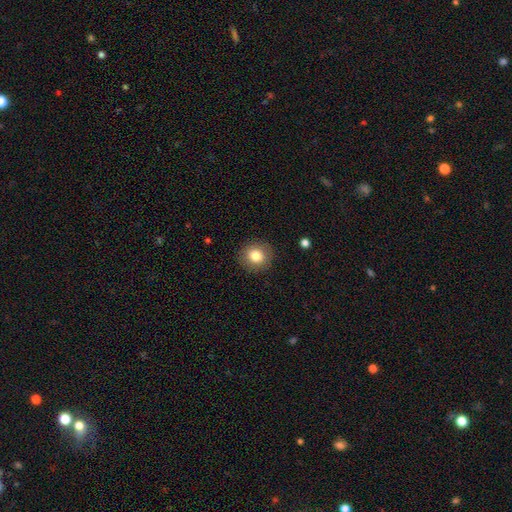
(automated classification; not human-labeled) smooth 82%, star or artifact 9%, featured or disk 9%. Down the decision tree: how rounded — round (88%); merging — none (89%).